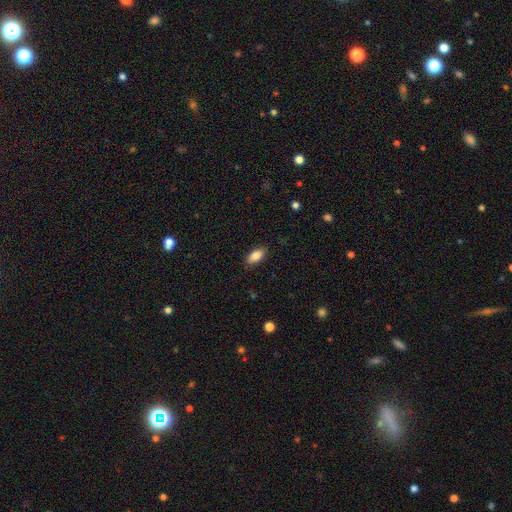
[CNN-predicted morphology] This is clearly a smooth galaxy (84%). How rounded: clearly in between (91%). Merging: clearly none (86%).